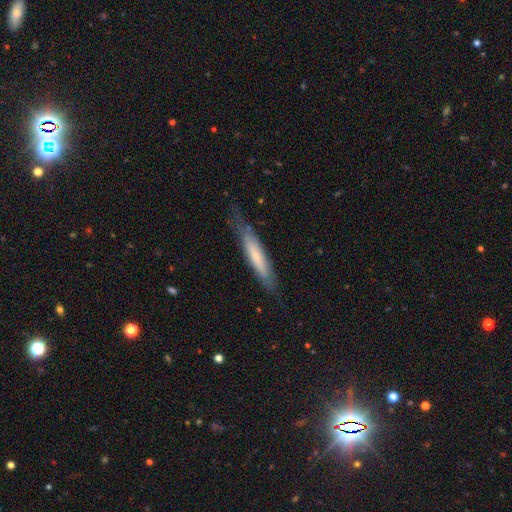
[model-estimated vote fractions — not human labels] Q: Smooth or featured?
A: smooth (55%); runner-up: featured or disk (39%)
Q: How rounded?
A: cigar-shaped (88%); runner-up: in between (11%)
Q: Merging?
A: none (69%); runner-up: minor disturbance (22%)